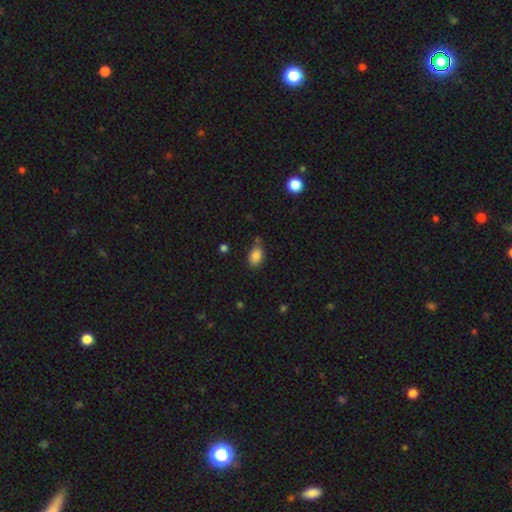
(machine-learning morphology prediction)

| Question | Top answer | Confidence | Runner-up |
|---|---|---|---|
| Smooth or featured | smooth | 85% | star or artifact (9%) |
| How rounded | in between | 86% | round (13%) |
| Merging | none | 64% | minor disturbance (24%) |